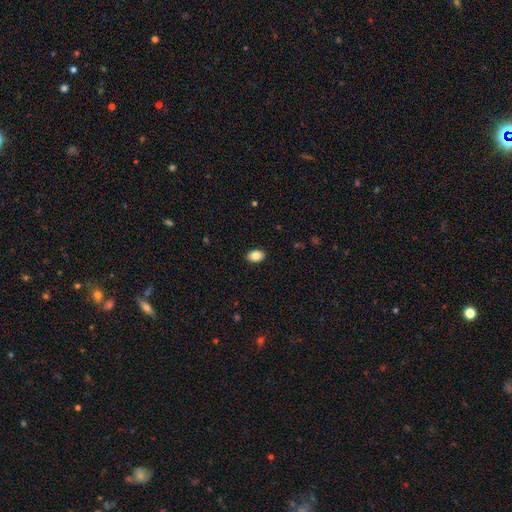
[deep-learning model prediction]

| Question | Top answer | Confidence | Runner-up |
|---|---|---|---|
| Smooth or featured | smooth | 87% | star or artifact (8%) |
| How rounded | in between | 83% | round (16%) |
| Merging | none | 90% | minor disturbance (7%) |